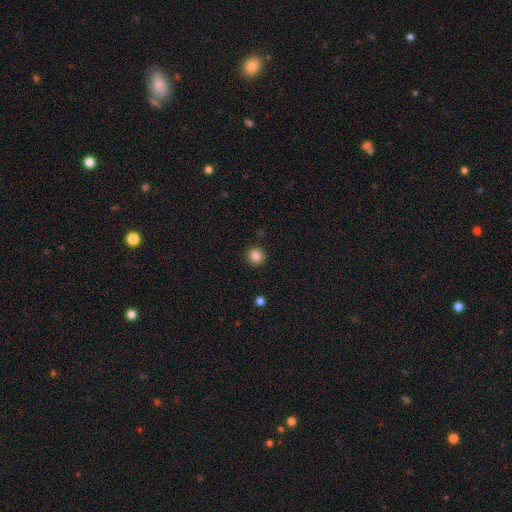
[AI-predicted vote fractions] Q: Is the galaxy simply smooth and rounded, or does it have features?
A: smooth — 85%.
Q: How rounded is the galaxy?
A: round — 93%.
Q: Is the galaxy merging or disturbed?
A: none — 91%.